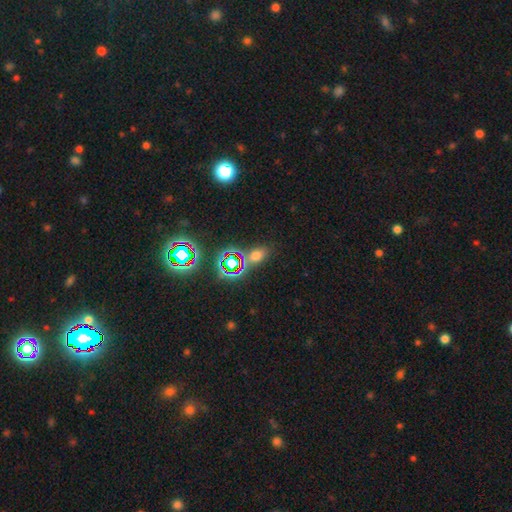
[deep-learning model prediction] smooth_or_featured: smooth (p=0.52) [alt: star or artifact p=0.38]
how_rounded: in between (p=0.70) [alt: round p=0.26]
merging: none (p=0.66) [alt: merger p=0.14]